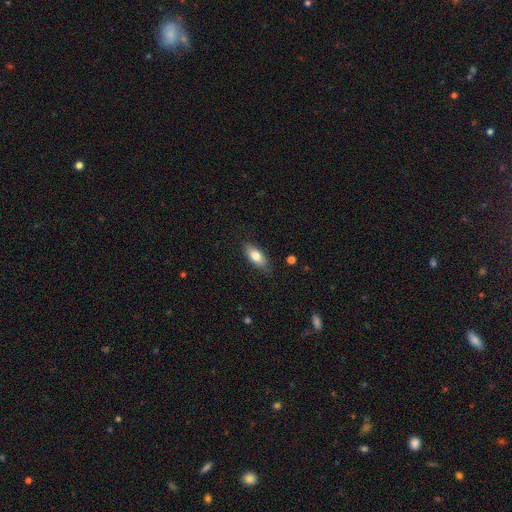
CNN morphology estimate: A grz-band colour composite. It shows a smooth galaxy with no disk features (78%) that is in between round and cigar-shaped (83%). Merging: none (83%).